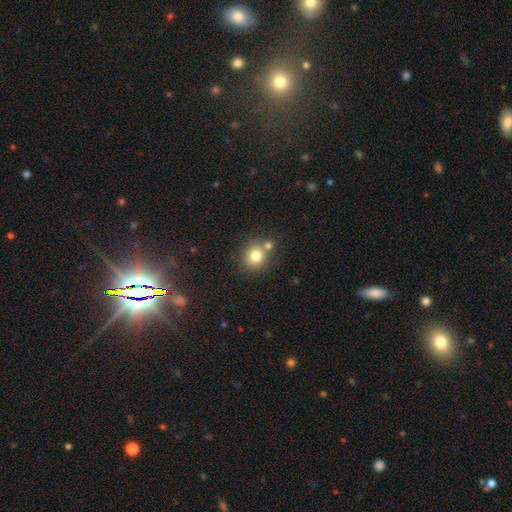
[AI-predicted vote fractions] Smooth or featured? smooth (79%)
How rounded? round (82%)
Merging? none (66%)